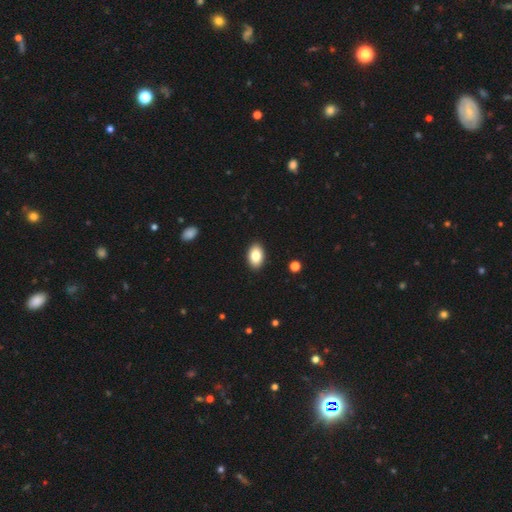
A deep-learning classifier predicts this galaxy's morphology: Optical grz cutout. It shows a smooth galaxy with no disk features (84%) that is in between round and cigar-shaped (90%). Merging: none (91%).